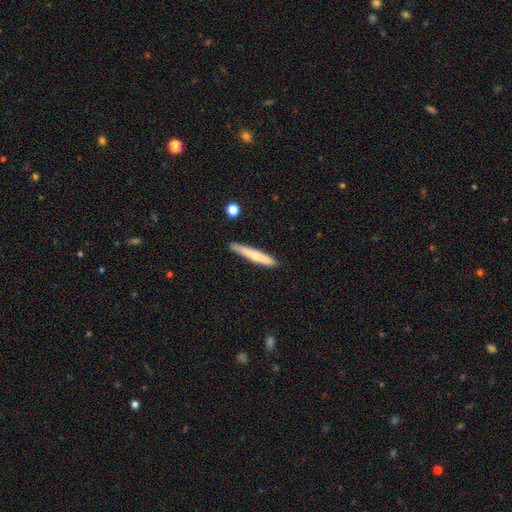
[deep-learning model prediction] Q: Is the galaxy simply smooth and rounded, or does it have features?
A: smooth — 60%.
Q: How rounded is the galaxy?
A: cigar-shaped — 95%.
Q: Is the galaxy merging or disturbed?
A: none — 86%.